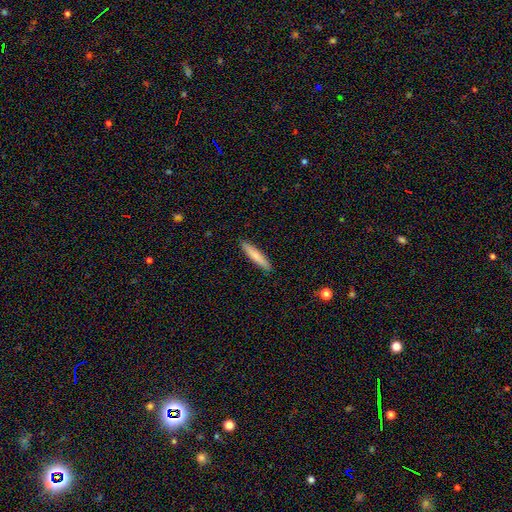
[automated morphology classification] Q: Smooth or featured?
A: smooth (76%); runner-up: featured or disk (18%)
Q: How rounded?
A: cigar-shaped (91%); runner-up: in between (8%)
Q: Merging?
A: none (91%); runner-up: minor disturbance (6%)